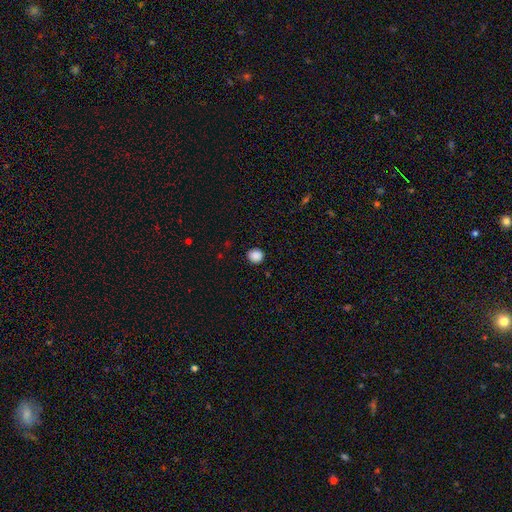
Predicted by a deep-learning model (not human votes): Smooth or featured? smooth (88%)
How rounded? round (87%)
Merging? none (90%)